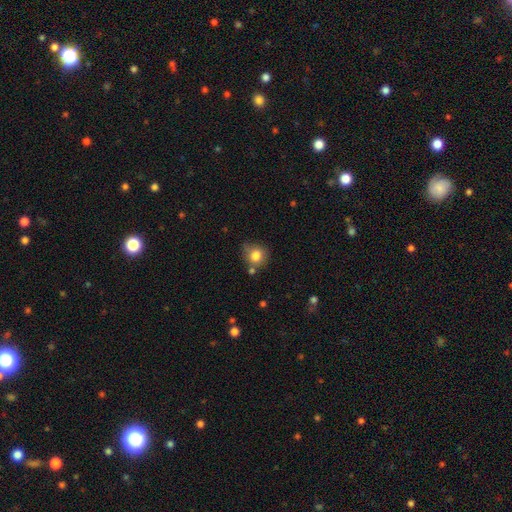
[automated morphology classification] Smooth or featured? smooth (81%)
How rounded? round (82%)
Merging? none (61%)